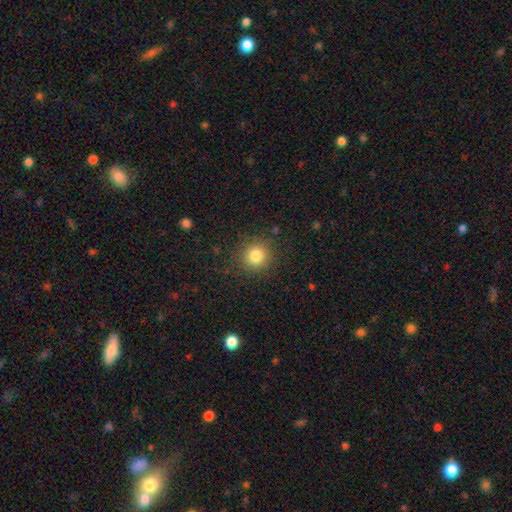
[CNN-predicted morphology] smooth-or-featured: smooth: 82% | star or artifact: 12% | featured or disk: 6%
  how-rounded: round: 92% | in between: 7% | cigar-shaped: 1%
  merging: none: 88% | minor disturbance: 8% | major disturbance: 3% | merger: 1%